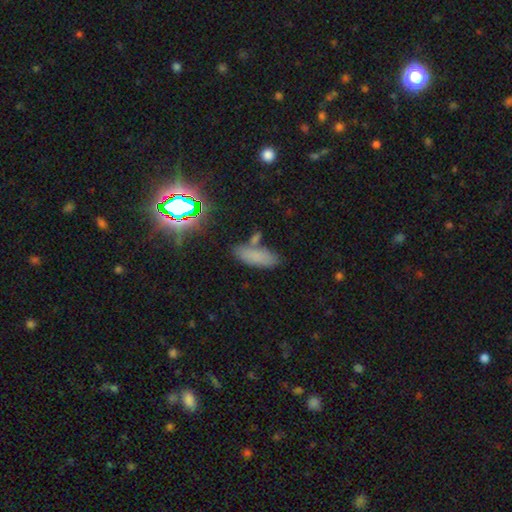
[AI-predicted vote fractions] This appears to be a smooth galaxy with no disk features (73%) that is in between round and cigar-shaped (65%). Merging: none (70%).